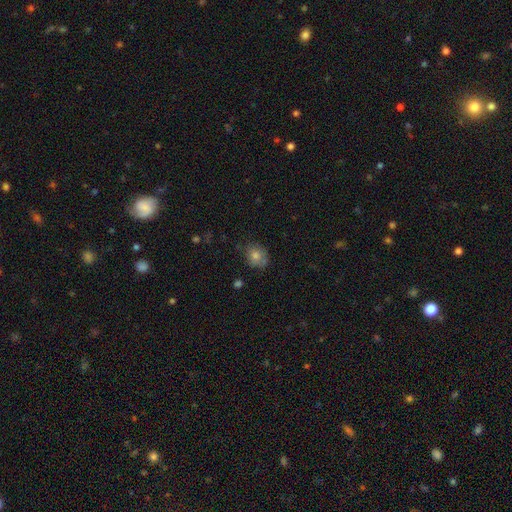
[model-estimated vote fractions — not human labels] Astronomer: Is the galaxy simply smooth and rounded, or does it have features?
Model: smooth — 71%.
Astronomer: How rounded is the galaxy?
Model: round — 62% (runner-up: in between, 37%).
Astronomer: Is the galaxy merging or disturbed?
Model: none — 70%.